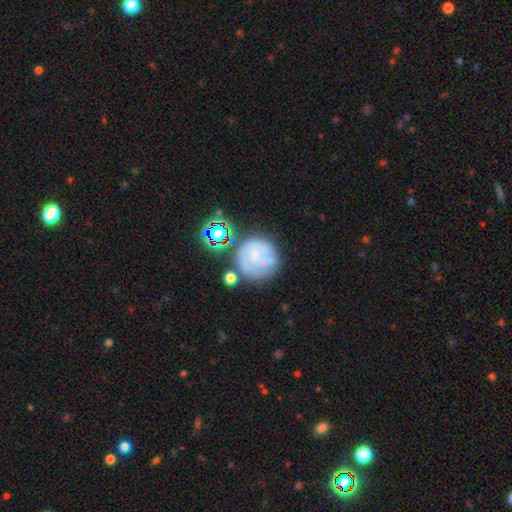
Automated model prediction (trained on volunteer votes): Morphology: type=featured or disk (53%); edge-on=no (98%); bar=no (74%); spiral arms=yes (75%); bulge=none (43%); merging=none (62%).